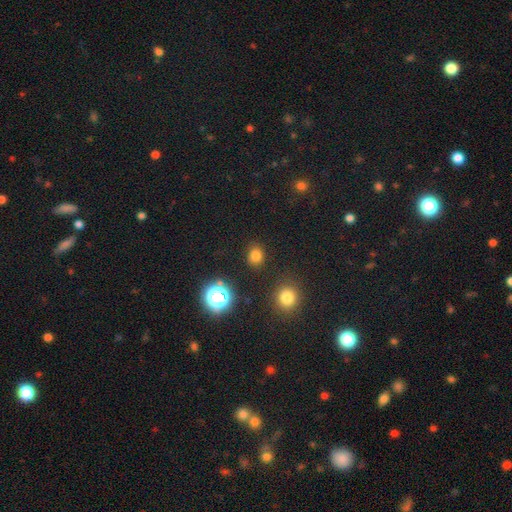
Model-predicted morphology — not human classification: Overall: smooth (75%). How rounded: round (70%). Merging: none (85%).